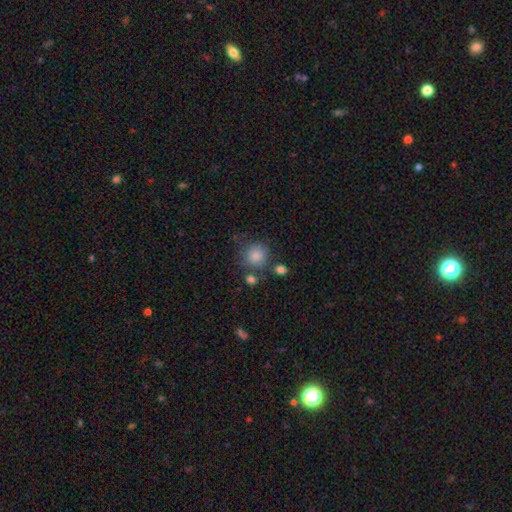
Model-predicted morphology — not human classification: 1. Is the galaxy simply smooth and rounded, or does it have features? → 81% smooth, 12% star or artifact, 7% featured or disk.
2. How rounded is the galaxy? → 90% round, 9% in between, 1% cigar-shaped.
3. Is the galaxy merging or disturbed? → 73% none, 13% minor disturbance, 9% merger, 5% major disturbance.